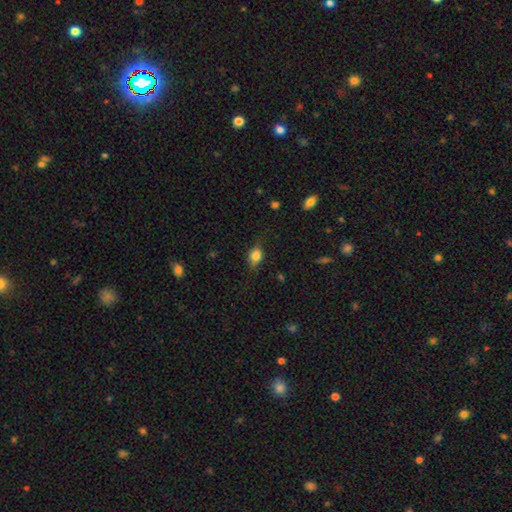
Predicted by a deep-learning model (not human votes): Smooth or featured?
  - smooth: 77% *
  - featured or disk: 14%
  - star or artifact: 9%
How rounded?
  - in between: 63% *
  - round: 34%
  - cigar-shaped: 3%
Merging?
  - none: 70% *
  - minor disturbance: 22%
  - major disturbance: 6%
  - merger: 1%